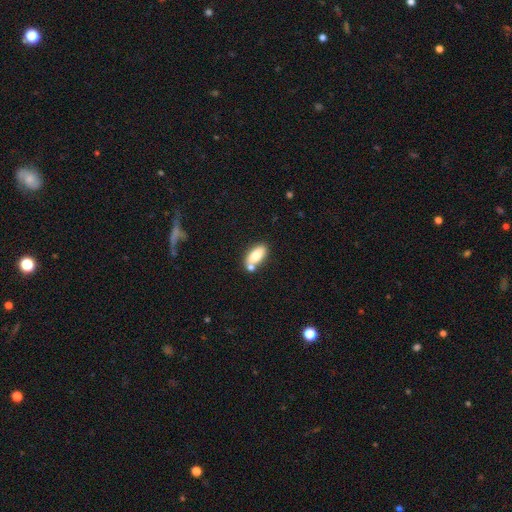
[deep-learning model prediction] Overall: smooth (78%). How rounded: in between (86%). Merging: none (57%; merger 25%).